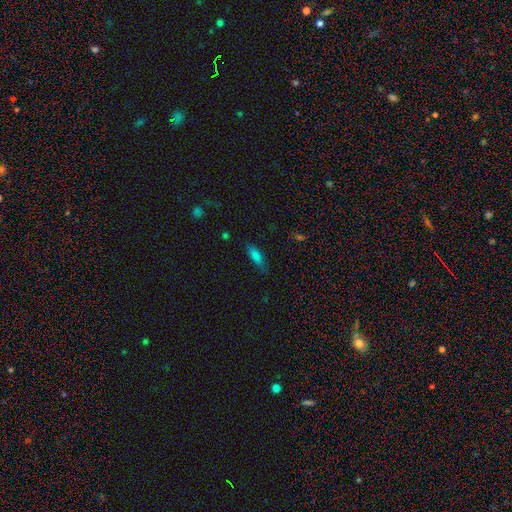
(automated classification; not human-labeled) This is likely a smooth galaxy (78%). How rounded: possibly in between (57%). Merging: likely none (76%).